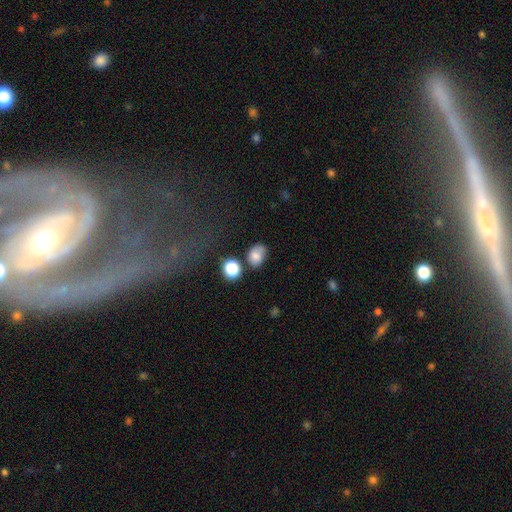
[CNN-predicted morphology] The model was most divided on "merging": none: 58%, minor disturbance: 24%, merger: 11%, major disturbance: 7%. More confident: smooth or featured — smooth (78%); how rounded — in between (67%).